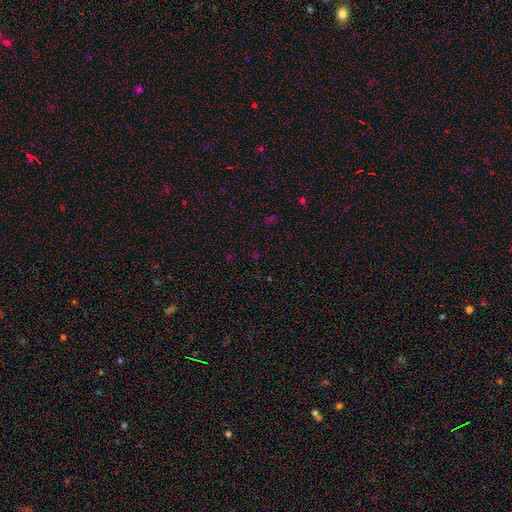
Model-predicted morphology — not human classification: A star or artifact, not a galaxy (59%).

Vote fractions:
- Smooth or featured? star or artifact: 59% / smooth: 34% / featured or disk: 7%